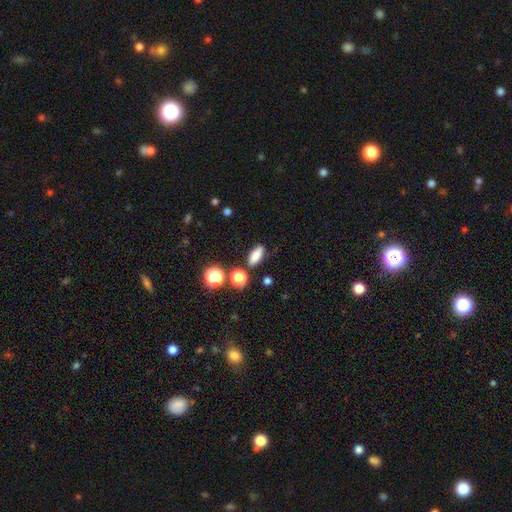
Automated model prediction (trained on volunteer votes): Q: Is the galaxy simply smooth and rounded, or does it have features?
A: smooth — 80%.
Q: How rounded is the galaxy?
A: in between — 67%.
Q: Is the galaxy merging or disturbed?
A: none — 81%.